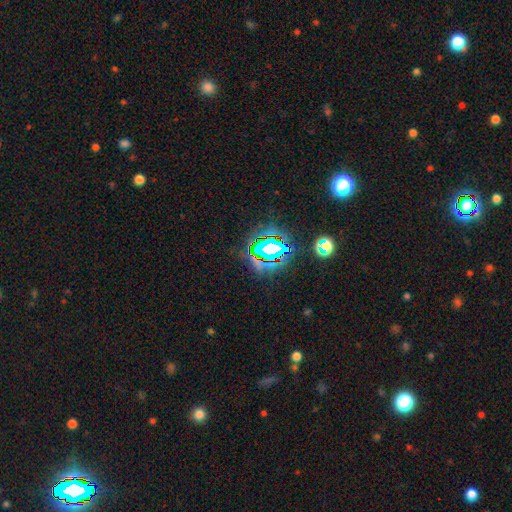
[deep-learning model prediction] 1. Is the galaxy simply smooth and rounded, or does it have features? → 72% star or artifact, 16% smooth, 12% featured or disk.